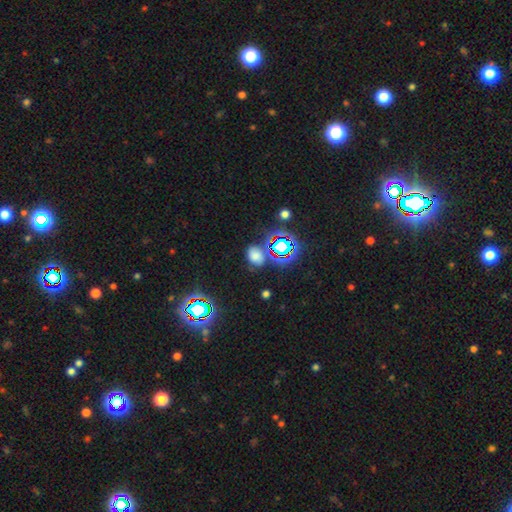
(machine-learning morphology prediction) Smooth or featured: smooth — 58% (star or artifact — 33%)
How rounded: in between — 52% (round — 47%)
Merging: none — 69% (minor disturbance — 17%)